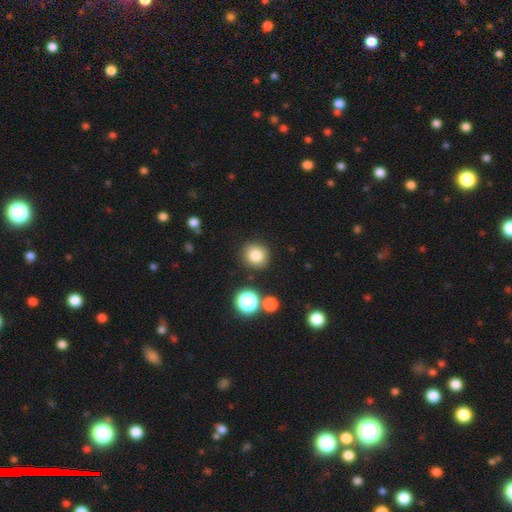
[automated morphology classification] smooth 82%, star or artifact 12%, featured or disk 6%. Down the decision tree: how rounded — round (88%); merging — none (87%).